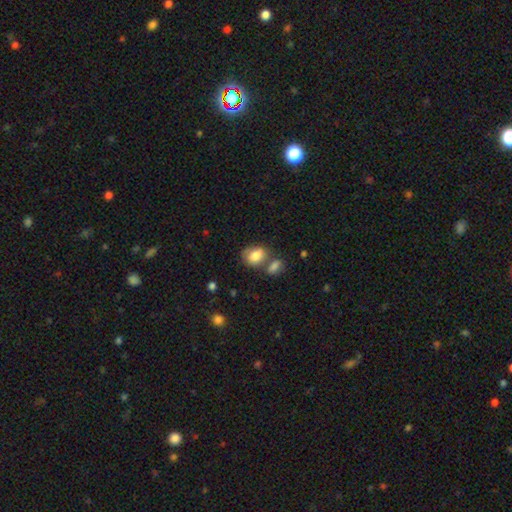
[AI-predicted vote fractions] This appears to be a smooth galaxy with no disk features (81%) that is in between round and cigar-shaped (69%). Merging: none (45%).